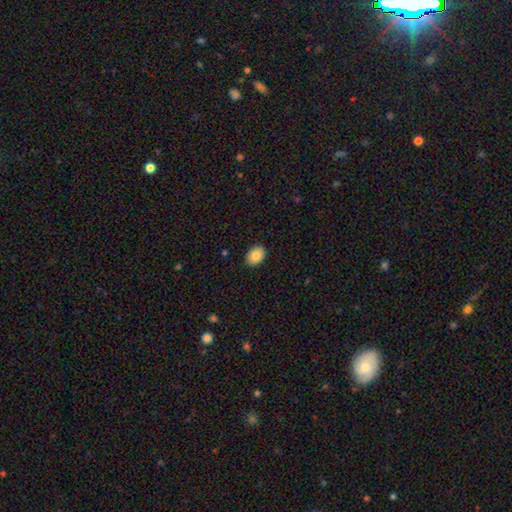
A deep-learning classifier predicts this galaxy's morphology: type=smooth (86%); roundness=in between (76%); merging=none (89%).